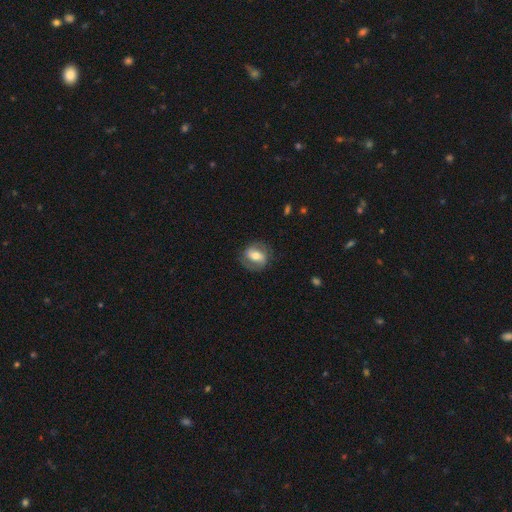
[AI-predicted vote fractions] A featured or disk galaxy (57%) with a strong bar (39%), spiral arms (70%) and a moderate central bulge (66%).

Vote fractions:
- Smooth or featured? featured or disk: 57% / smooth: 36% / star or artifact: 7%
- Edge-on disk? no: 95% / yes: 5%
- Bar? strong: 39% / weak: 36% / no: 25%
- Spiral arms? yes: 70% / no: 30%
- Bulge size? moderate: 66% / small: 18% / large: 13% / dominant: 2% / none: 1%
- Merging? none: 77% / minor disturbance: 14% / major disturbance: 7% / merger: 1%